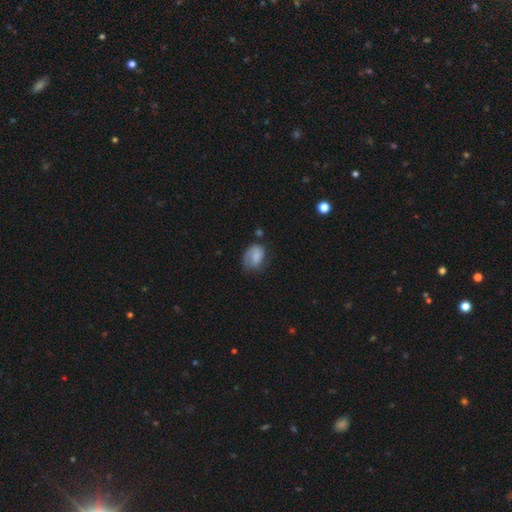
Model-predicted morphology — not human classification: Smooth or featured? smooth (53%)
How rounded? in between (69%)
Merging? none (41%)